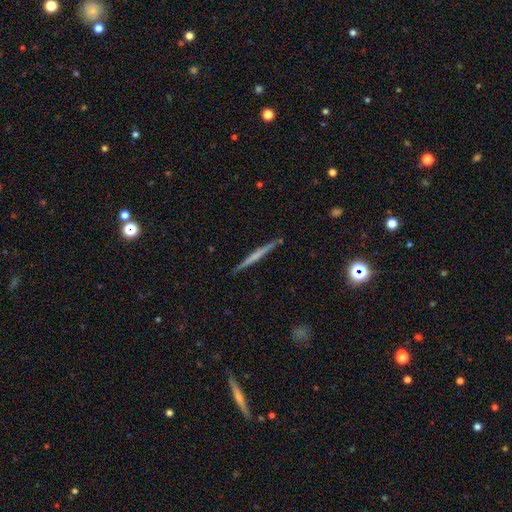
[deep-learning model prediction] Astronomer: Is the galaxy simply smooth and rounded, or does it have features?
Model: featured or disk — 55% (runner-up: smooth, 39%).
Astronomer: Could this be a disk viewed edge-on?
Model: yes — 98%.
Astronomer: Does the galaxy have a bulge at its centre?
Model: none — 75%.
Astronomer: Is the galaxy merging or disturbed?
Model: none — 90%.